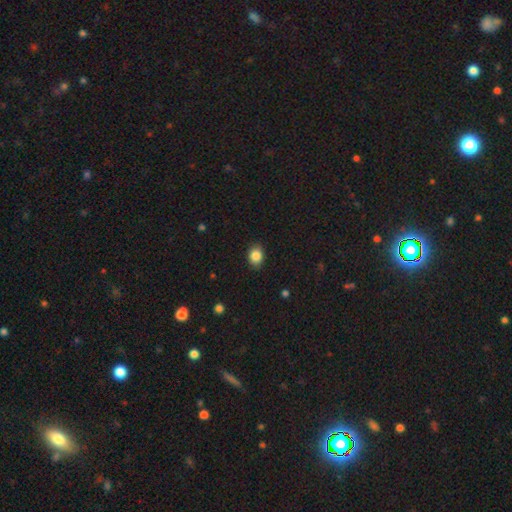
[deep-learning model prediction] smooth-or-featured: smooth: 86% | star or artifact: 9% | featured or disk: 5%
  how-rounded: in between: 55% | round: 44% | cigar-shaped: 1%
  merging: none: 86% | minor disturbance: 10% | major disturbance: 2% | merger: 1%